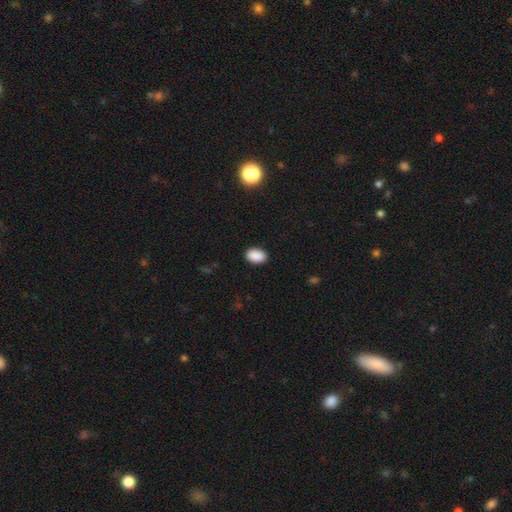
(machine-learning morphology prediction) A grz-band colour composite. It shows a smooth galaxy with no disk features (90%) that is in between round and cigar-shaped (85%). Merging: none (90%).